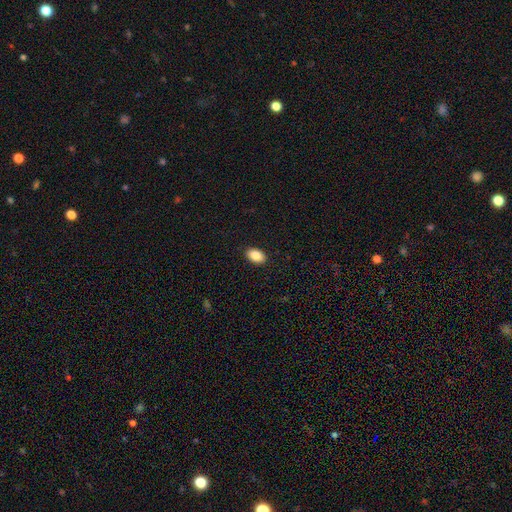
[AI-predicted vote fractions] Overall: smooth (87%). How rounded: in between (89%). Merging: none (90%).